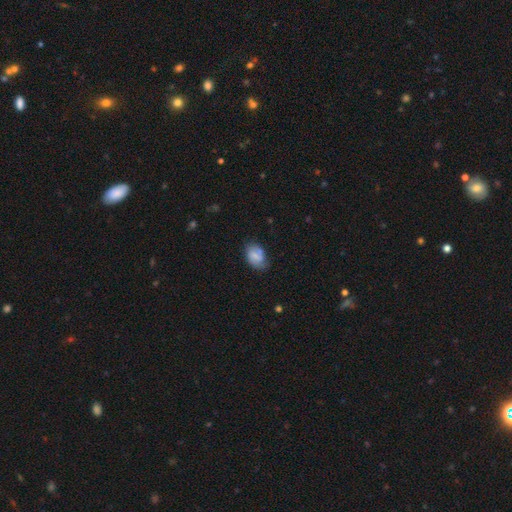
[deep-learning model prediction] Smooth or featured? Predicted: smooth (p=0.60). How rounded? Predicted: in between (p=0.82). Merging? Predicted: none (p=0.63).